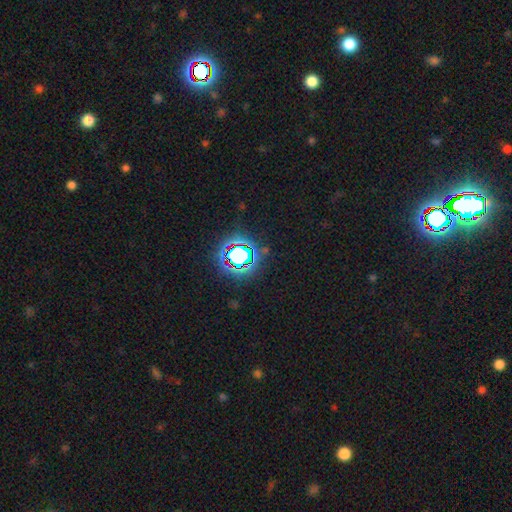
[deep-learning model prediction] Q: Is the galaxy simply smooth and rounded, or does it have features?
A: star or artifact — 81%.